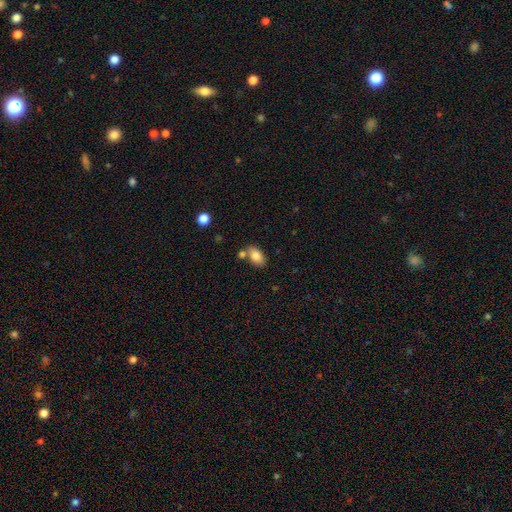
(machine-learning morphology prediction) Overall: smooth (82%). How rounded: in between (91%). Merging: none (70%).